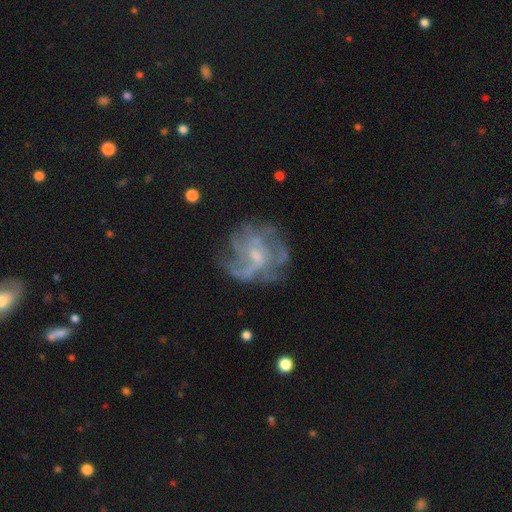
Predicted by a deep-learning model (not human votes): Smooth or featured? Predicted: featured or disk (p=0.75). Edge-on disk? Predicted: no (p=0.98). Bar? Predicted: no (p=0.56). Spiral arms? Predicted: yes (p=0.73). Spiral winding? Predicted: medium (p=0.39). Spiral arm count? Predicted: can't tell (p=0.43). Bulge size? Predicted: small (p=0.51). Merging? Predicted: none (p=0.56).